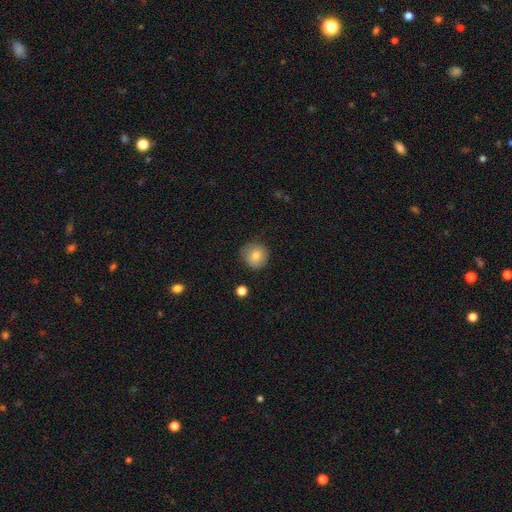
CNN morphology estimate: smooth 81%, featured or disk 10%, star or artifact 9%. Down the decision tree: how rounded — round (92%); merging — none (83%).